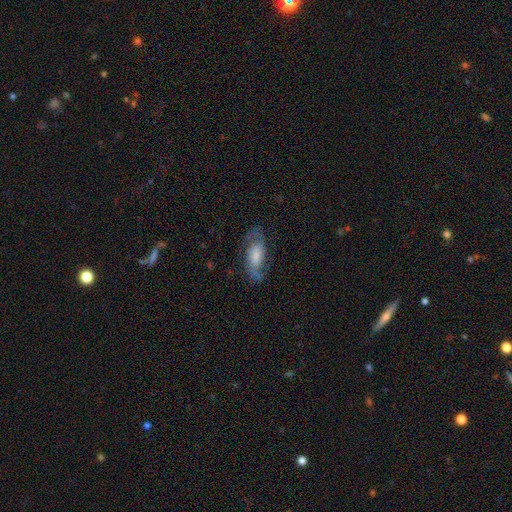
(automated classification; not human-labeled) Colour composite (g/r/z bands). It shows a featured or disk galaxy (53%). Merging: none (63%).